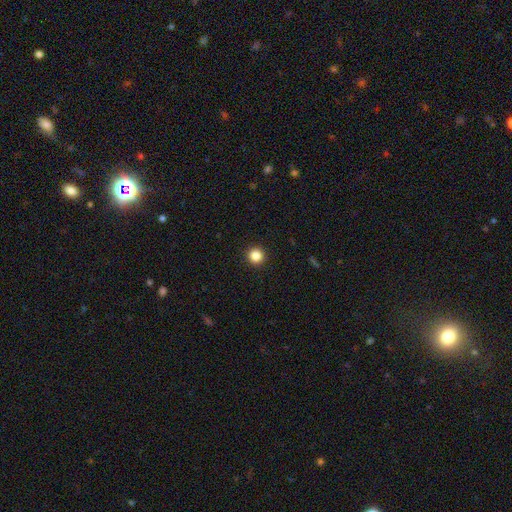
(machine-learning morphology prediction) A smooth galaxy with no disk features (85%) that is round (96%). Merging: none (94%).